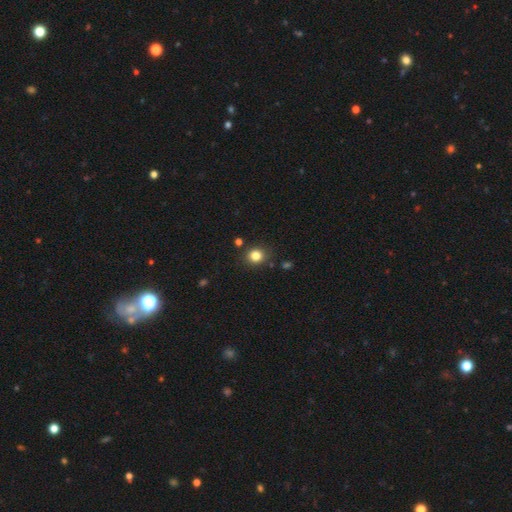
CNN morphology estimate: This appears to be a smooth galaxy with no disk features (83%) that is round (78%). Merging: none (84%).